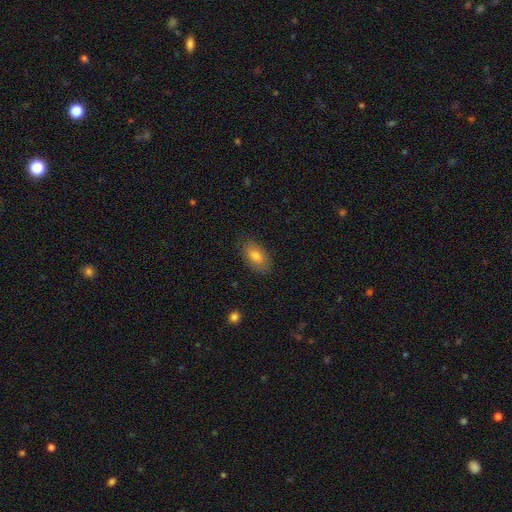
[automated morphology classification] type=smooth (77%); roundness=in between (92%); merging=none (84%).